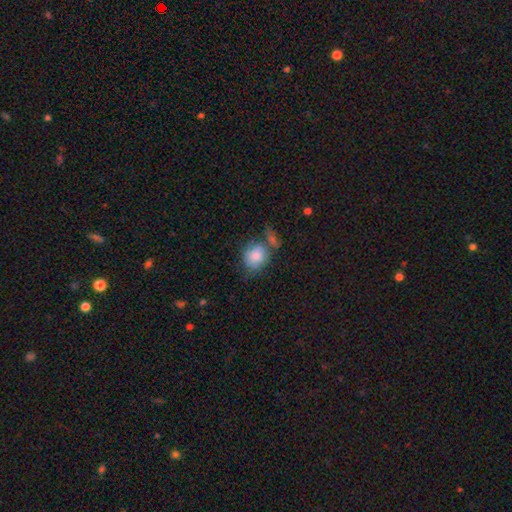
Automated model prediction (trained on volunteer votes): Morphology: type=smooth (81%); roundness=round (57%); merging=none (43%).